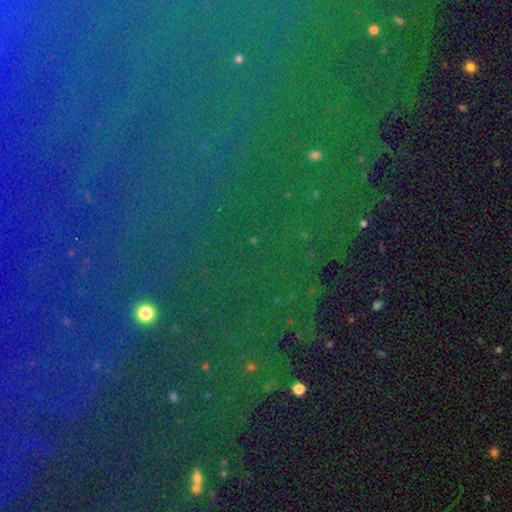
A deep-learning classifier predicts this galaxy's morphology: star or artifact 85%, smooth 8%, featured or disk 7%.